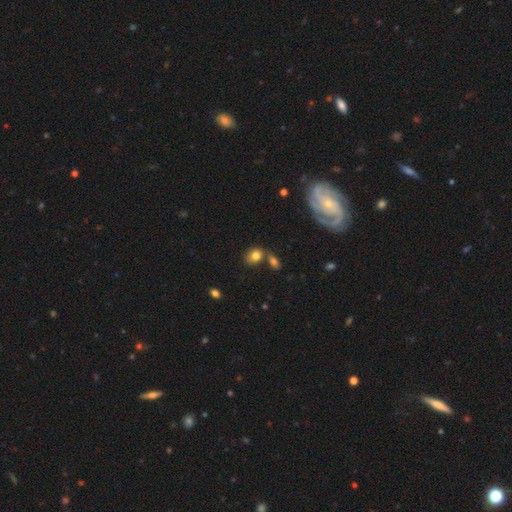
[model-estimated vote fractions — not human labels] Q: Smooth or featured?
A: smooth (78%); runner-up: featured or disk (12%)
Q: How rounded?
A: in between (65%); runner-up: round (33%)
Q: Merging?
A: none (58%); runner-up: merger (24%)